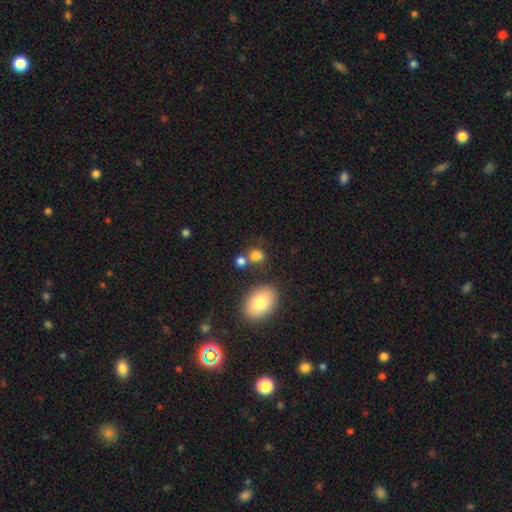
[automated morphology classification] The model was most divided on "how rounded": round: 54%, in between: 45%, cigar-shaped: 2%. More confident: smooth or featured — smooth (80%); merging — none (59%).